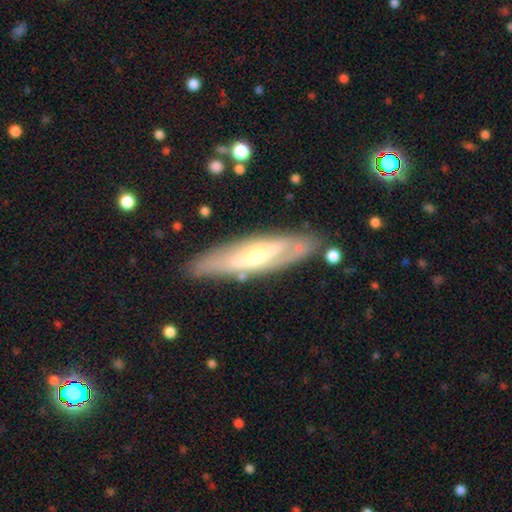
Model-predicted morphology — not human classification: type=featured or disk (65%); edge-on=no (53%); merging=none (80%).